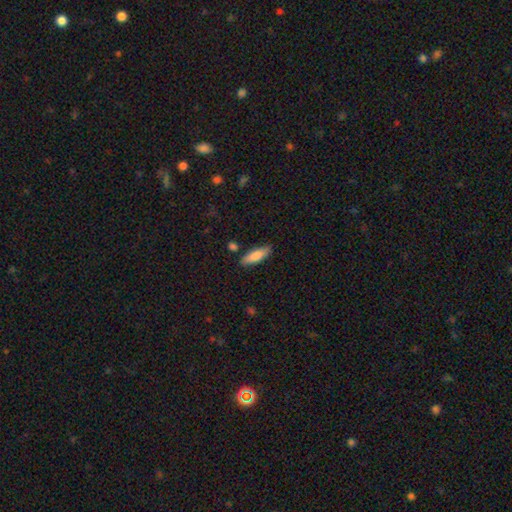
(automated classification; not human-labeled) Overall: smooth (81%). How rounded: in between (49%, tied with cigar-shaped). Merging: none (83%).